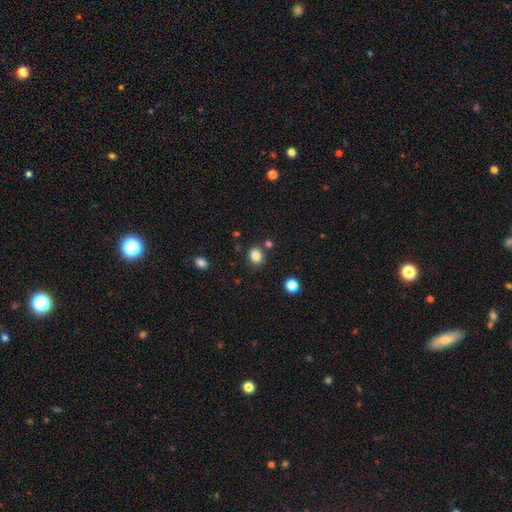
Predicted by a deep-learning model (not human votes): A smooth galaxy with no disk features (84%) that is round (67%). Merging: none (81%).